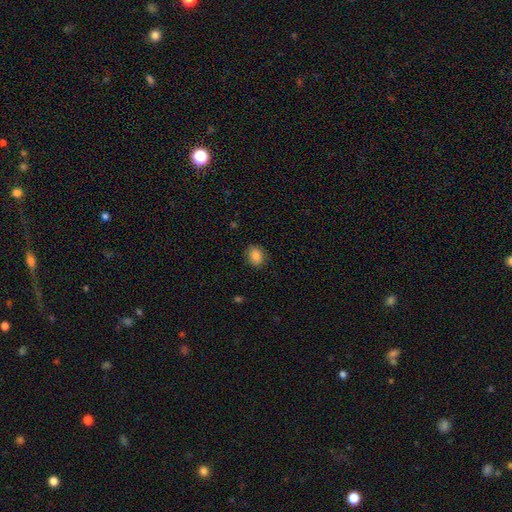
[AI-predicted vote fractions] Smooth or featured? smooth (84%)
How rounded? round (58%)
Merging? none (87%)